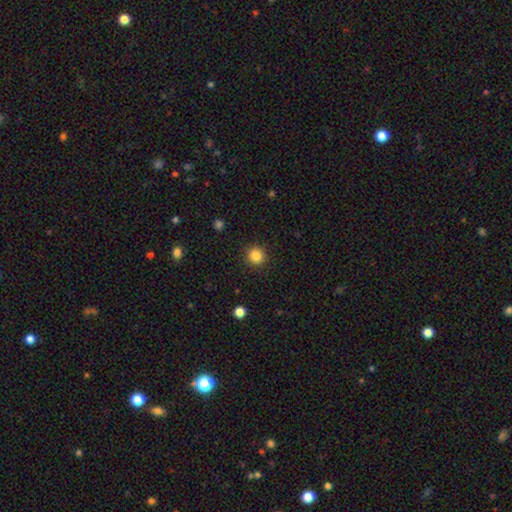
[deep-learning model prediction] smooth 85%, star or artifact 11%, featured or disk 4%. Down the decision tree: how rounded — round (92%); merging — none (91%).